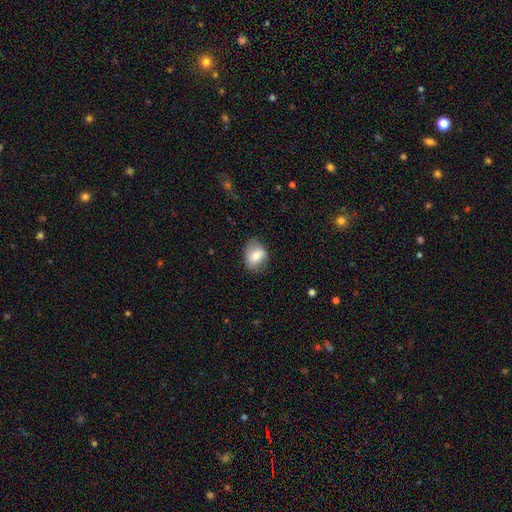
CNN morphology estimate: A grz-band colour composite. It shows a smooth galaxy with no disk features (69%) that is in between round and cigar-shaped (63%). Merging: none (73%).